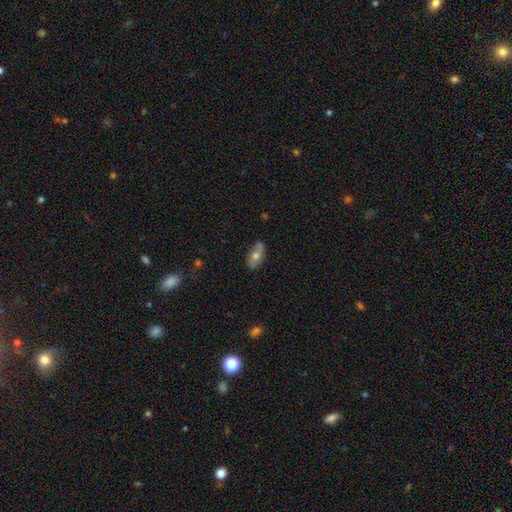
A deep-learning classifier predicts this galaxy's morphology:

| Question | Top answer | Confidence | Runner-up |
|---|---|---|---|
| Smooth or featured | smooth | 58% | featured or disk (34%) |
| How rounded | in between | 90% | round (6%) |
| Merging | none | 76% | minor disturbance (16%) |